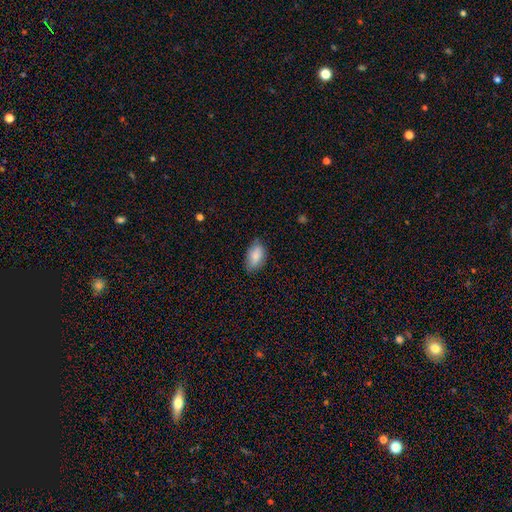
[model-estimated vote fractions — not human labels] Q: Smooth or featured?
A: smooth (86%); runner-up: featured or disk (8%)
Q: How rounded?
A: in between (93%); runner-up: round (5%)
Q: Merging?
A: none (75%); runner-up: minor disturbance (20%)